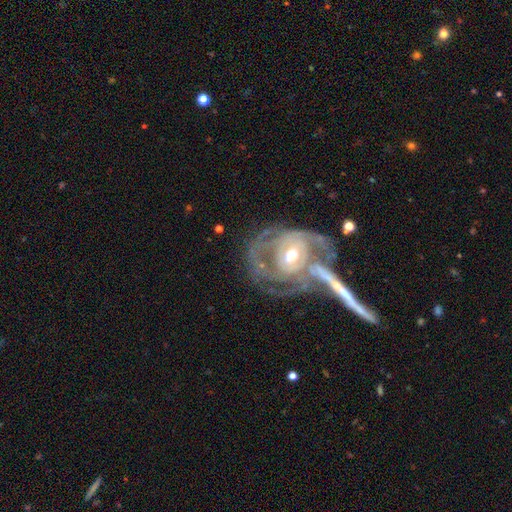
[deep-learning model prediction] featured or disk 85%, smooth 8%, star or artifact 7%. Down the decision tree: edge-on disk — no (93%); bar — no (49%); spiral arms — yes (89%); spiral arm count — can't tell (38%); spiral winding — tight (59%); bulge size — moderate (58%); merging — merger (36%).